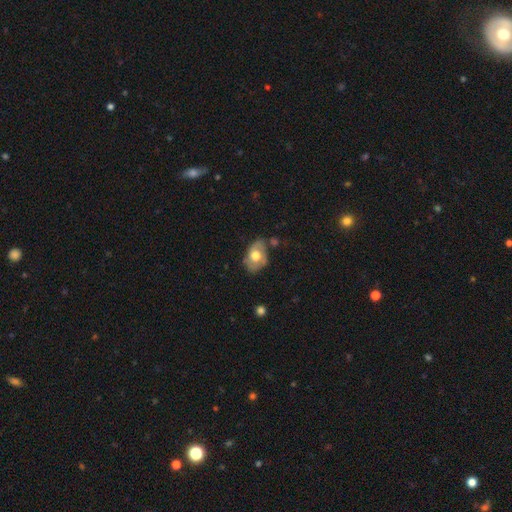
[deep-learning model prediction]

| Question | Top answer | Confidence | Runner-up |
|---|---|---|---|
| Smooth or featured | smooth | 54% | featured or disk (39%) |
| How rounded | in between | 82% | round (17%) |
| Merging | none | 59% | minor disturbance (28%) |